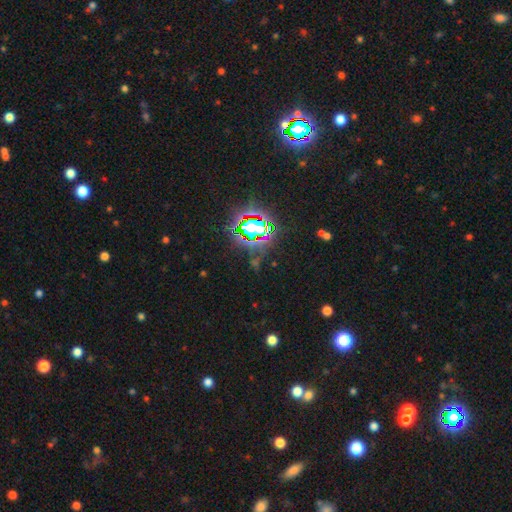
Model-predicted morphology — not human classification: Q: Smooth or featured?
A: star or artifact (81%); runner-up: smooth (11%)